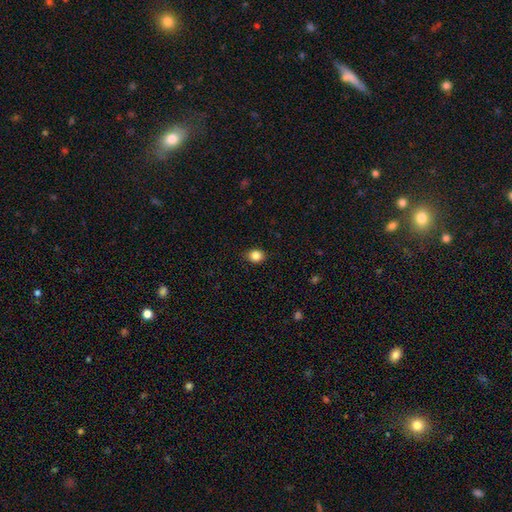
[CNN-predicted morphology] smooth-or-featured: smooth: 85% | star or artifact: 10% | featured or disk: 5%
  how-rounded: round: 60% | in between: 39% | cigar-shaped: 1%
  merging: none: 88% | minor disturbance: 9% | major disturbance: 2% | merger: 1%